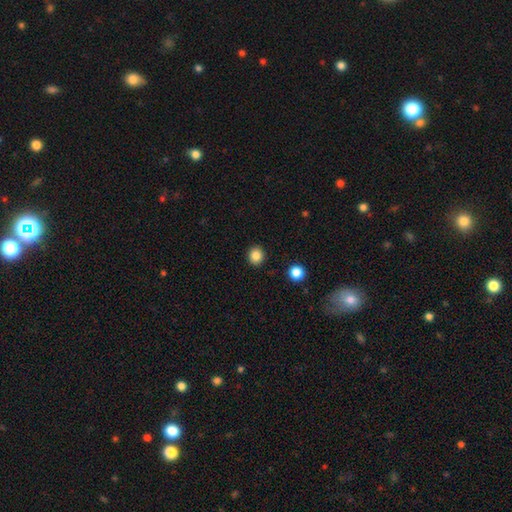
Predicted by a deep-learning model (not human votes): Overall: smooth (85%). How rounded: round (83%). Merging: none (91%).